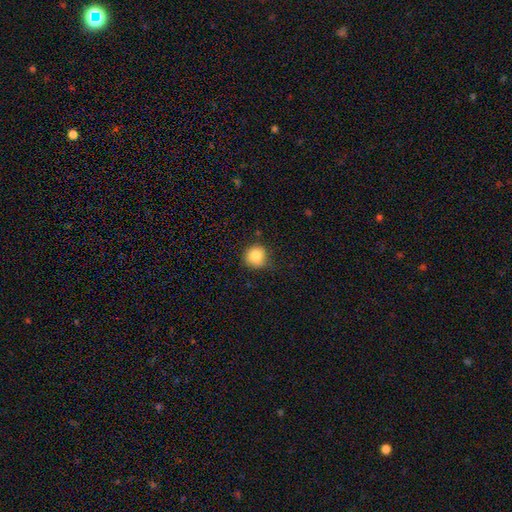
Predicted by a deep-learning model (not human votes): smooth-or-featured: smooth: 85% | star or artifact: 9% | featured or disk: 5%
  how-rounded: round: 90% | in between: 9% | cigar-shaped: 1%
  merging: none: 75% | minor disturbance: 19% | major disturbance: 4% | merger: 2%